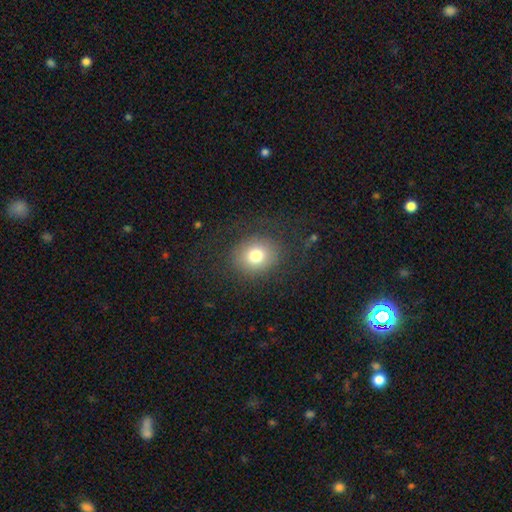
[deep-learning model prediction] The model was most divided on "how rounded": round: 69%, in between: 30%, cigar-shaped: 1%. More confident: merging — none (79%); smooth or featured — smooth (76%).